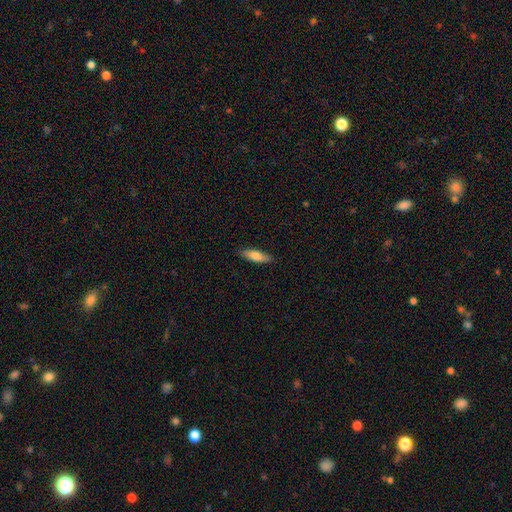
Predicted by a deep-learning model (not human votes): A smooth galaxy with no disk features (73%) that is cigar-shaped (53%). Merging: none (88%).